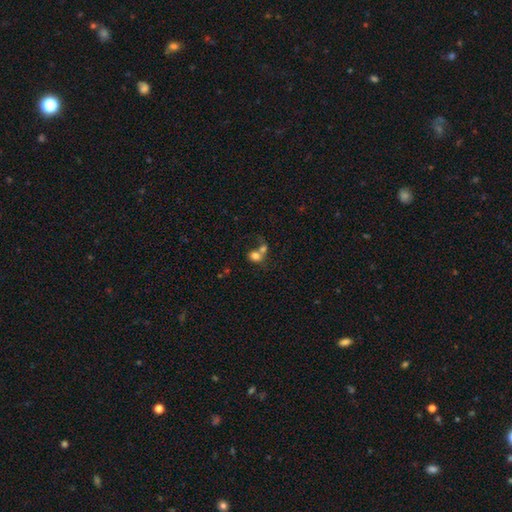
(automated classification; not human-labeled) smooth_or_featured: smooth (p=0.74) [alt: featured or disk p=0.15]
how_rounded: round (p=0.63) [alt: in between p=0.36]
merging: merger (p=0.61) [alt: none p=0.24]